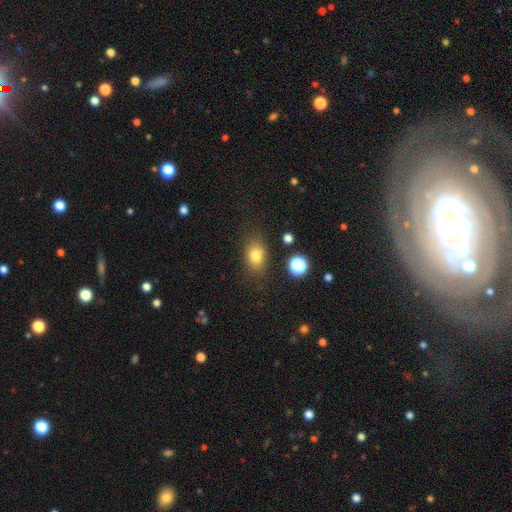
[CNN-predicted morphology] The model was most divided on "how rounded": in between: 70%, round: 28%, cigar-shaped: 2%. More confident: merging — none (78%); smooth or featured — smooth (78%).